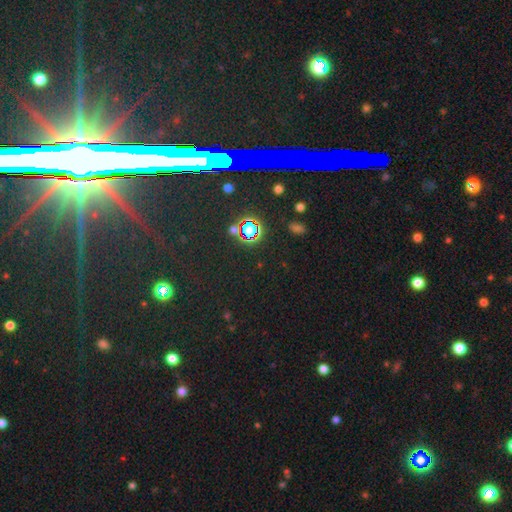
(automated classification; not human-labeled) smooth-or-featured: star or artifact: 79% | featured or disk: 12% | smooth: 9%